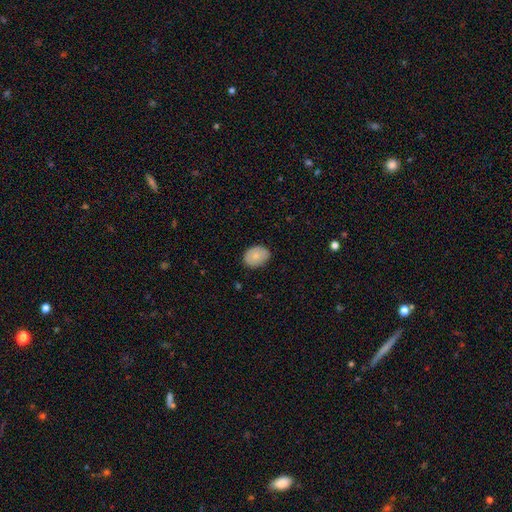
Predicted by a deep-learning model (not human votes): Smooth or featured? Predicted: smooth (p=0.80). How rounded? Predicted: in between (p=0.68). Merging? Predicted: none (p=0.80).